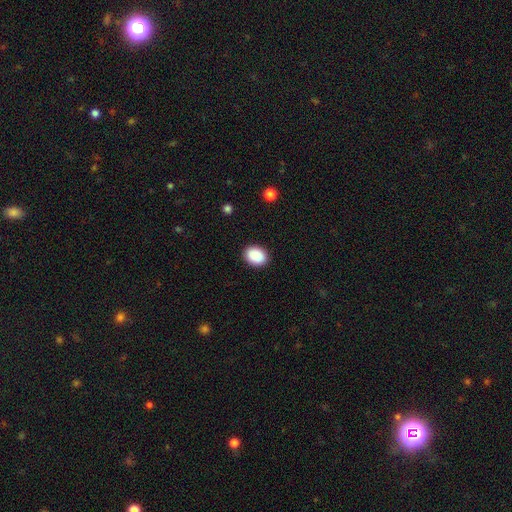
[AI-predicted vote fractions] Overall: smooth (90%). How rounded: in between (71%). Merging: none (90%).